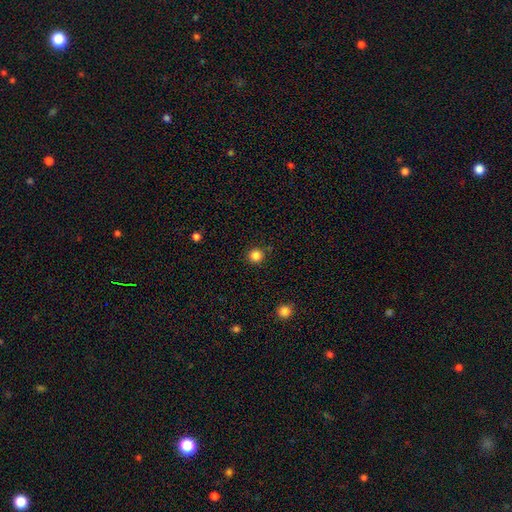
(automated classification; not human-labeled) Smooth or featured: smooth — 85% (star or artifact — 12%)
How rounded: round — 94% (in between — 5%)
Merging: none — 89% (minor disturbance — 7%)